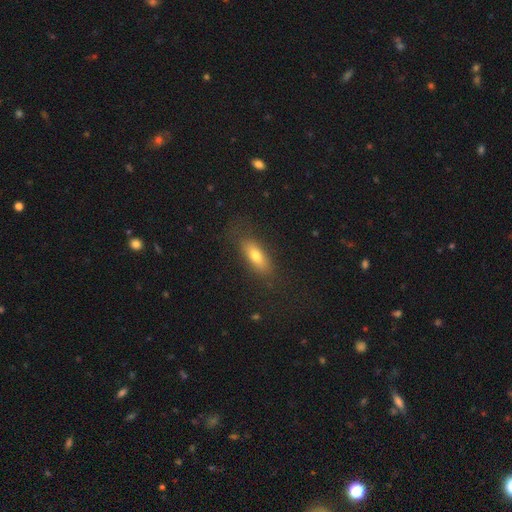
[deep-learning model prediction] smooth-or-featured: smooth: 71% | featured or disk: 20% | star or artifact: 8%
  how-rounded: in between: 69% | cigar-shaped: 27% | round: 4%
  merging: none: 78% | minor disturbance: 15% | major disturbance: 6% | merger: 1%